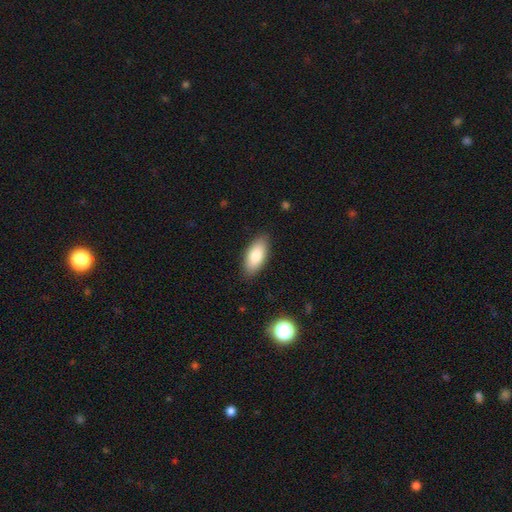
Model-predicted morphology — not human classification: The model was most divided on "smooth or featured": smooth: 83%, featured or disk: 11%, star or artifact: 6%. More confident: how rounded — in between (89%); merging — none (87%).